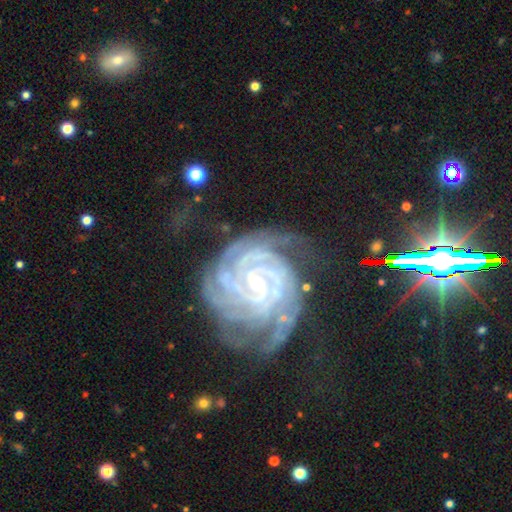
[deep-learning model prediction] Morphology: type=featured or disk (91%); edge-on=no (98%); bar=no (45%); spiral arms=yes (98%); winding=tight (78%); arm count=3 (26%); bulge=small (58%); merging=none (60%).